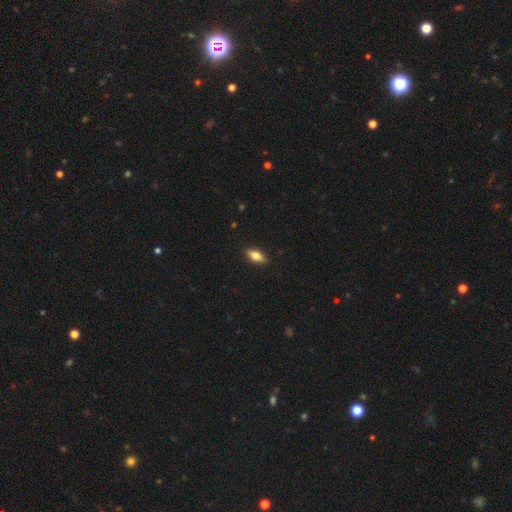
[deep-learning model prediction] Overall: smooth (64%; featured or disk 29%). How rounded: in between (74%). Merging: none (87%).